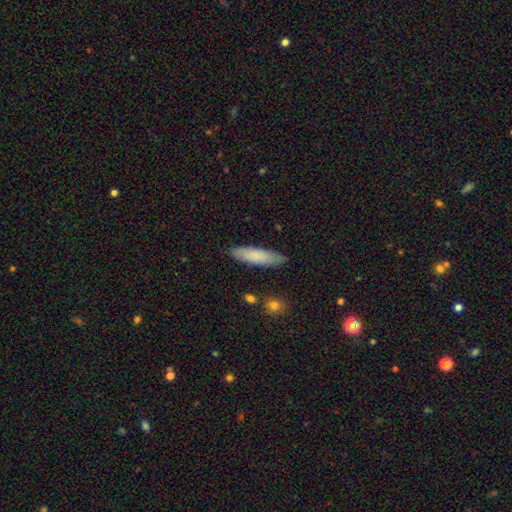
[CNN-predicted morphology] Q: Smooth or featured?
A: smooth (81%); runner-up: featured or disk (14%)
Q: How rounded?
A: cigar-shaped (69%); runner-up: in between (30%)
Q: Merging?
A: none (86%); runner-up: minor disturbance (11%)